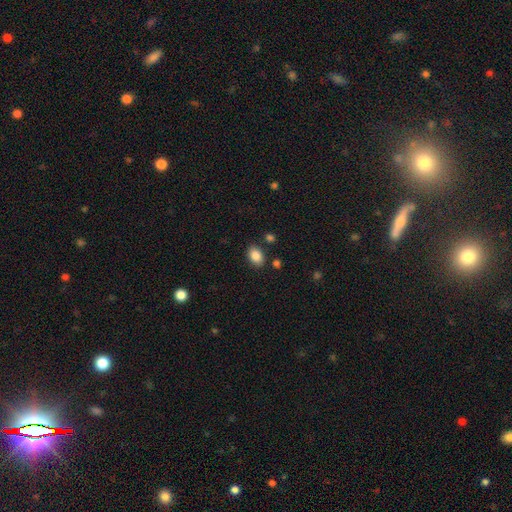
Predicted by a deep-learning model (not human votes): Smooth or featured?
  - smooth: 87% *
  - star or artifact: 8%
  - featured or disk: 5%
How rounded?
  - in between: 80% *
  - round: 19%
  - cigar-shaped: 1%
Merging?
  - none: 83% *
  - minor disturbance: 11%
  - merger: 4%
  - major disturbance: 3%